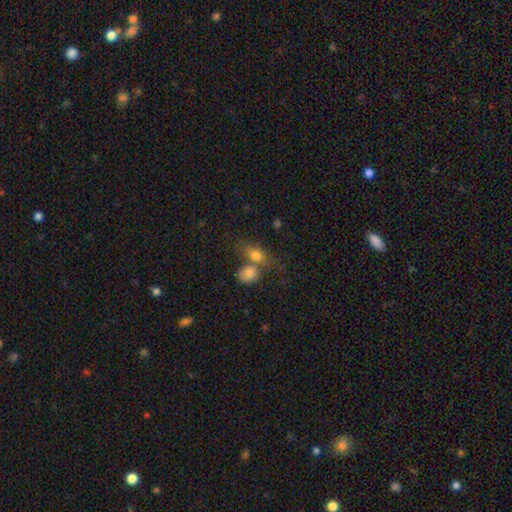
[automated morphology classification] type=smooth (76%); roundness=in between (72%); merging=merger (44%).